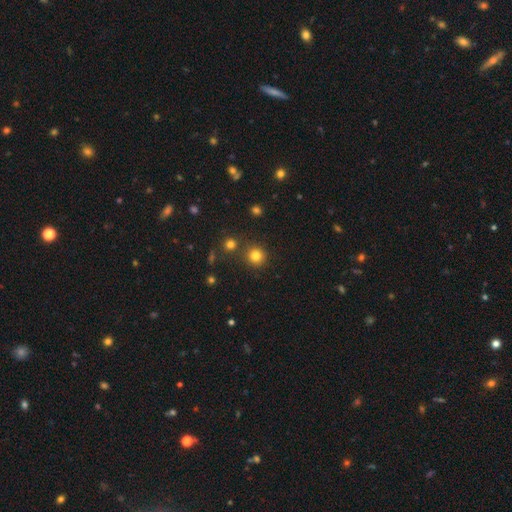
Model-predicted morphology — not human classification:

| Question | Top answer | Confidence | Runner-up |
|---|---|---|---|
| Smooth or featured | smooth | 80% | star or artifact (14%) |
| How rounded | round | 93% | in between (6%) |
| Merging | none | 85% | minor disturbance (6%) |